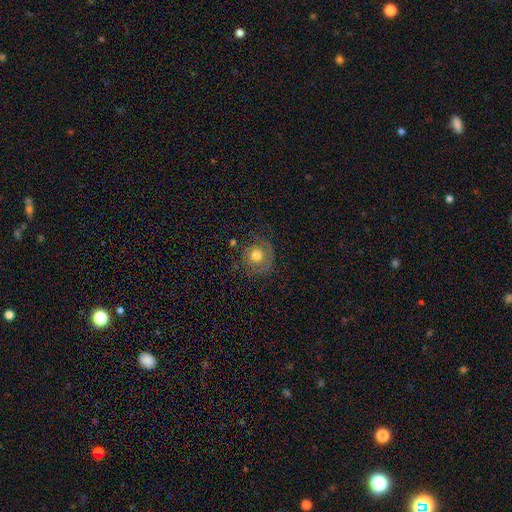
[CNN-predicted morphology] This is likely a smooth galaxy (67%). How rounded: clearly round (90%). Merging: likely none (69%).